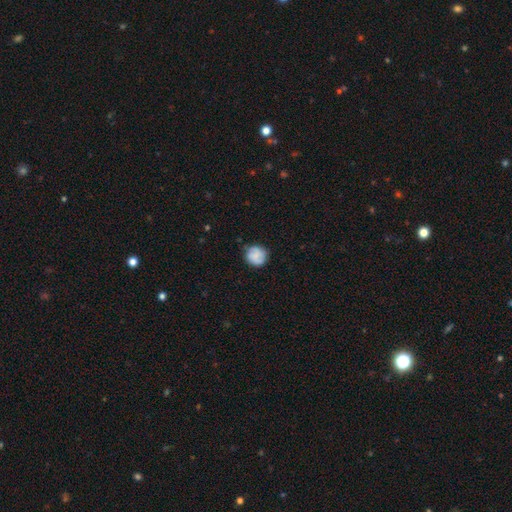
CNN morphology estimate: Smooth or featured? smooth (72%)
How rounded? round (87%)
Merging? none (76%)